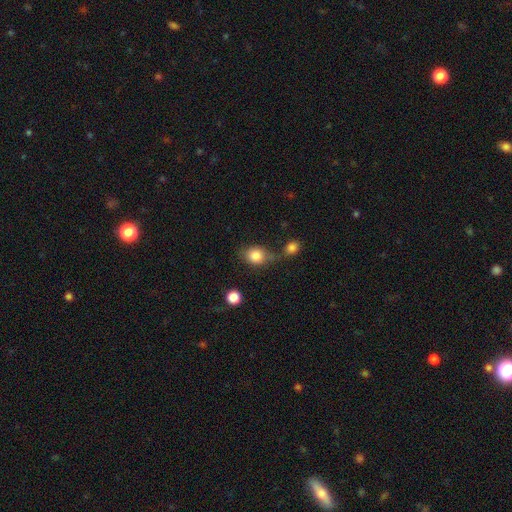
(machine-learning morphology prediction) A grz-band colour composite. It shows a smooth galaxy with no disk features (83%) that is round (56%). Merging: none (52%).